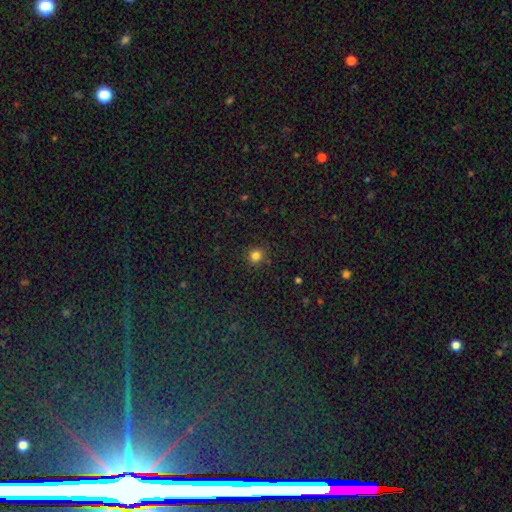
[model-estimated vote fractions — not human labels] Smooth or featured? smooth (82%)
How rounded? round (89%)
Merging? none (88%)